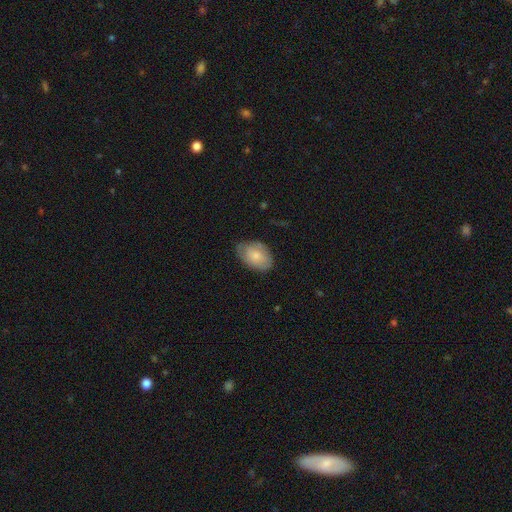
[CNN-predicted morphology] The model was most divided on "merging": none: 68%, minor disturbance: 26%, major disturbance: 5%, merger: 1%. More confident: how rounded — in between (86%); smooth or featured — smooth (70%).